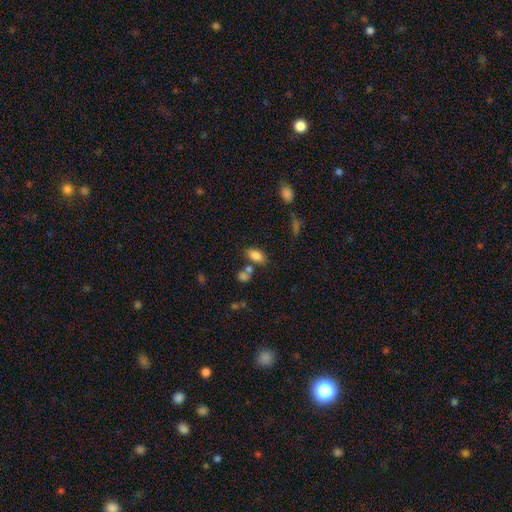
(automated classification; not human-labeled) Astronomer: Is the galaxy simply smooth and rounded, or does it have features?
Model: smooth — 82%.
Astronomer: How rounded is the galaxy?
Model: in between — 90%.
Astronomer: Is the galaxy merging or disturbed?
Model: none — 63%.